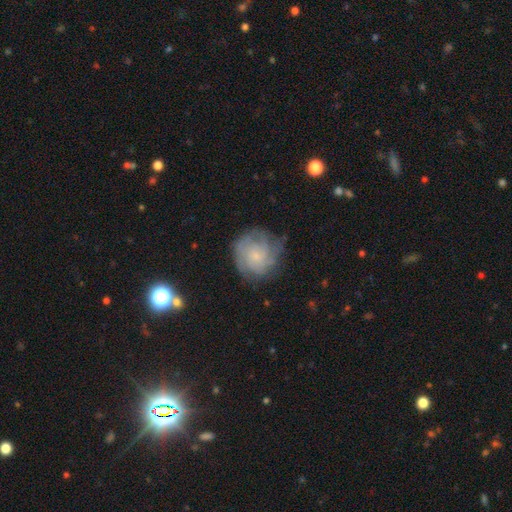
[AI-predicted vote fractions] Morphology: type=featured or disk (65%); edge-on=no (98%); bar=no (76%); spiral arms=yes (89%); winding=tight (62%); arm count=can't tell (43%); bulge=small (65%); merging=none (70%).